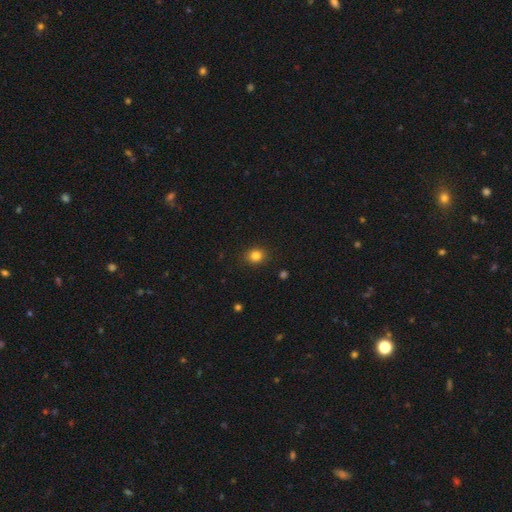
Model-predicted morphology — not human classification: Smooth or featured: smooth — 84% (star or artifact — 11%)
How rounded: round — 67% (in between — 32%)
Merging: none — 89% (minor disturbance — 8%)